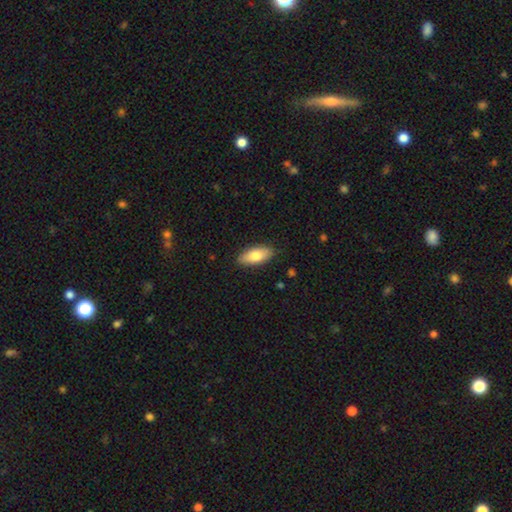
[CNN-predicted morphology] This is likely a smooth galaxy (76%). How rounded: clearly in between (83%). Merging: clearly none (86%).